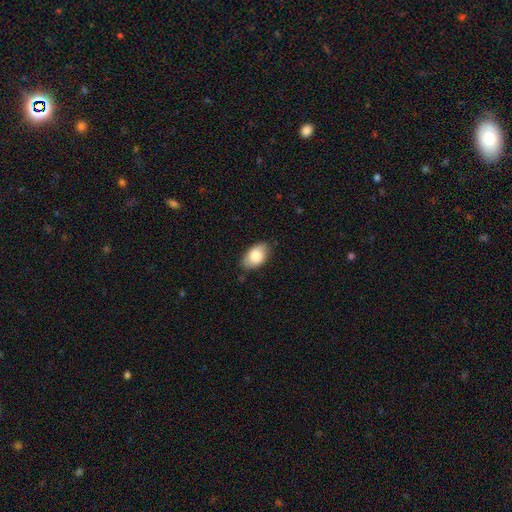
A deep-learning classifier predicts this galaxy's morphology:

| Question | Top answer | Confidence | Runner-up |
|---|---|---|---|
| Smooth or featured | smooth | 83% | featured or disk (11%) |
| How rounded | in between | 92% | round (7%) |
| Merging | none | 79% | minor disturbance (17%) |